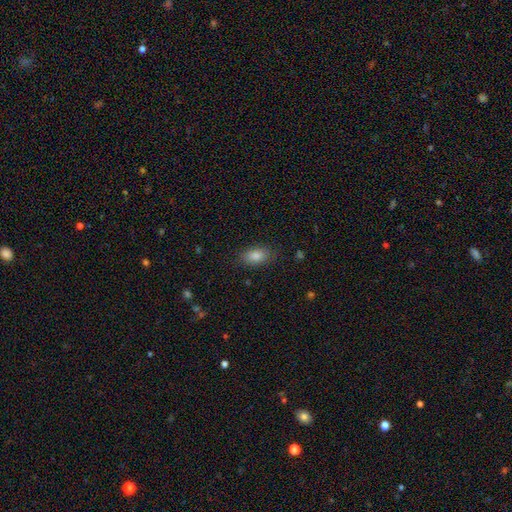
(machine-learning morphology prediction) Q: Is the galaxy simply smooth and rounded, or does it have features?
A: smooth — 84%.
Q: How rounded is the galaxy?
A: in between — 89%.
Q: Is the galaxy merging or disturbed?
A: none — 86%.